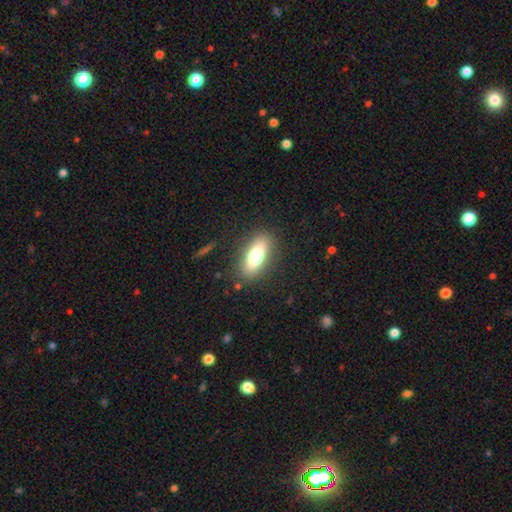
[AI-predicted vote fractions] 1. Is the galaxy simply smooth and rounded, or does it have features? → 69% smooth, 23% featured or disk, 9% star or artifact.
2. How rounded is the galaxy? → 71% in between, 25% cigar-shaped, 4% round.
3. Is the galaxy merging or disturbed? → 85% none, 9% minor disturbance, 4% major disturbance, 1% merger.